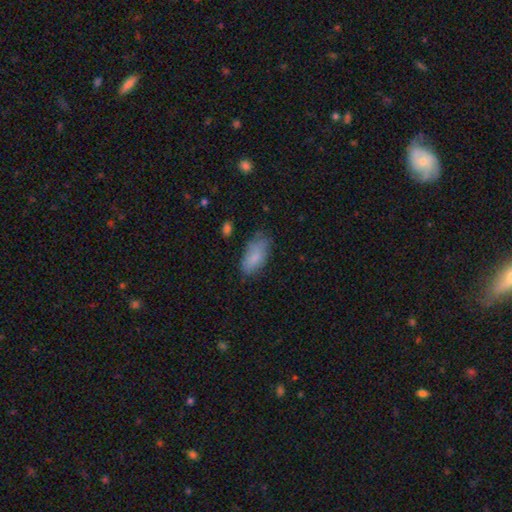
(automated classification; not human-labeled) Smooth or featured?
  - smooth: 82% *
  - featured or disk: 11%
  - star or artifact: 7%
How rounded?
  - in between: 91% *
  - cigar-shaped: 6%
  - round: 3%
Merging?
  - none: 62% *
  - minor disturbance: 28%
  - major disturbance: 8%
  - merger: 2%